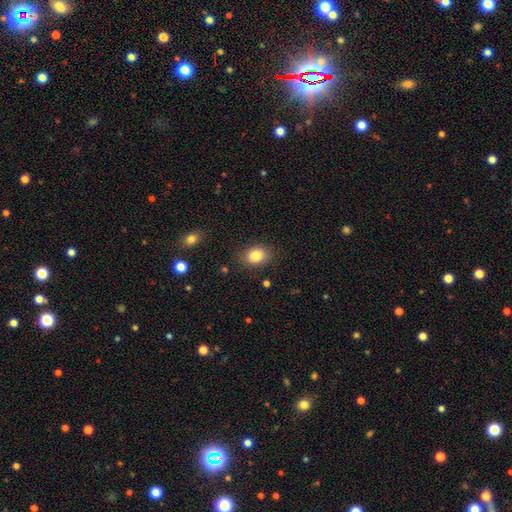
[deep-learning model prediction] A smooth galaxy with no disk features (85%) that is in between round and cigar-shaped (59%).

Vote fractions:
- Smooth or featured? smooth: 85% / star or artifact: 9% / featured or disk: 7%
- How rounded? in between: 59% / round: 40% / cigar-shaped: 1%
- Merging? none: 84% / minor disturbance: 11% / major disturbance: 3% / merger: 2%